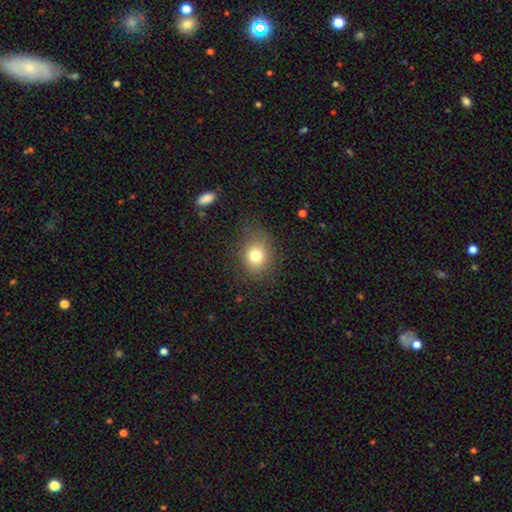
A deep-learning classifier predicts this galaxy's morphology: Q: Smooth or featured?
A: smooth (76%); runner-up: star or artifact (13%)
Q: How rounded?
A: round (61%); runner-up: in between (38%)
Q: Merging?
A: none (76%); runner-up: minor disturbance (16%)